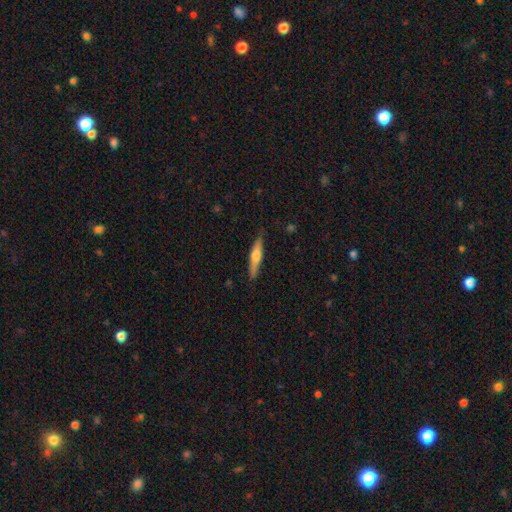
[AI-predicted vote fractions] smooth-or-featured: featured or disk: 50% | smooth: 44% | star or artifact: 6%
  disk-edge-on: yes: 95% | no: 5%
  merging: none: 84% | minor disturbance: 12% | major disturbance: 2% | merger: 1%